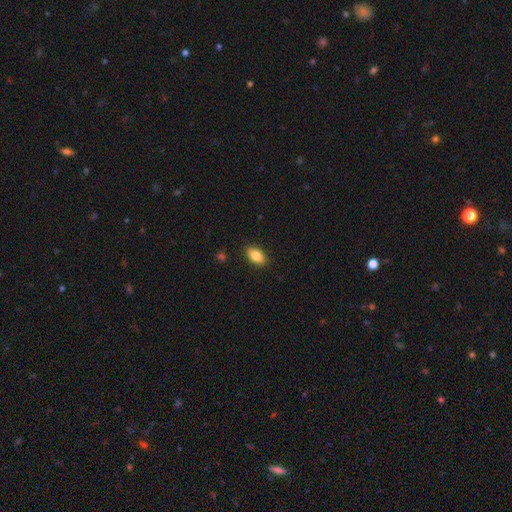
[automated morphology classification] smooth-or-featured: smooth: 84% | featured or disk: 8% | star or artifact: 7%
  how-rounded: in between: 91% | round: 5% | cigar-shaped: 4%
  merging: none: 88% | minor disturbance: 8% | major disturbance: 2% | merger: 1%